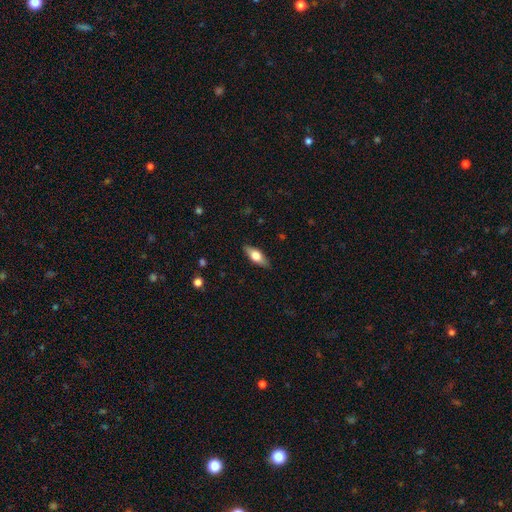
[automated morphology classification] smooth 62%, featured or disk 32%, star or artifact 6%. Down the decision tree: how rounded — in between (71%); merging — none (87%).